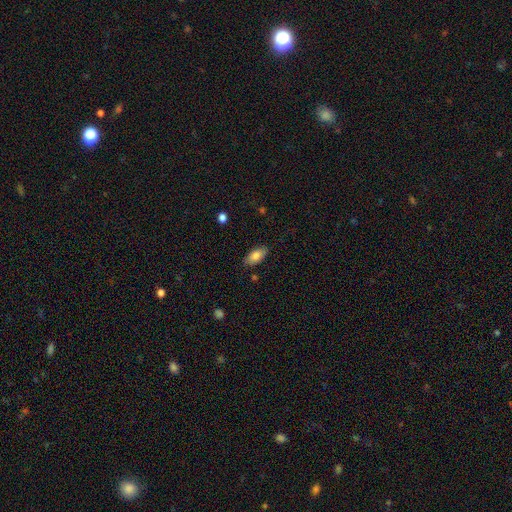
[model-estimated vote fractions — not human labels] smooth_or_featured: smooth (p=0.80) [alt: featured or disk p=0.13]
how_rounded: in between (p=0.89) [alt: cigar-shaped p=0.08]
merging: none (p=0.85) [alt: minor disturbance p=0.12]